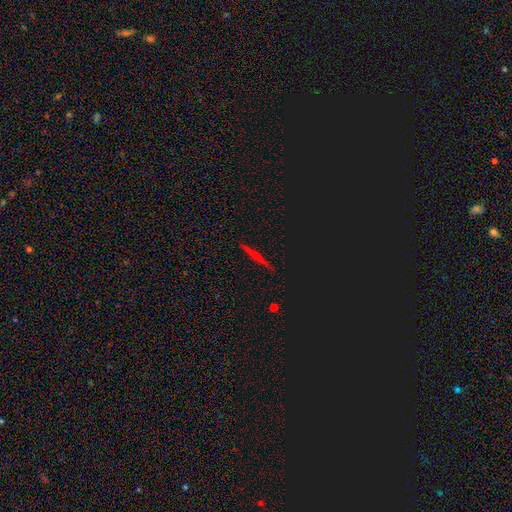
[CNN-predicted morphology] A featured or disk galaxy (44%).

Vote fractions:
- Smooth or featured? featured or disk: 44% / star or artifact: 30% / smooth: 26%
- Merging? none: 92% / minor disturbance: 6% / major disturbance: 1% / merger: 1%